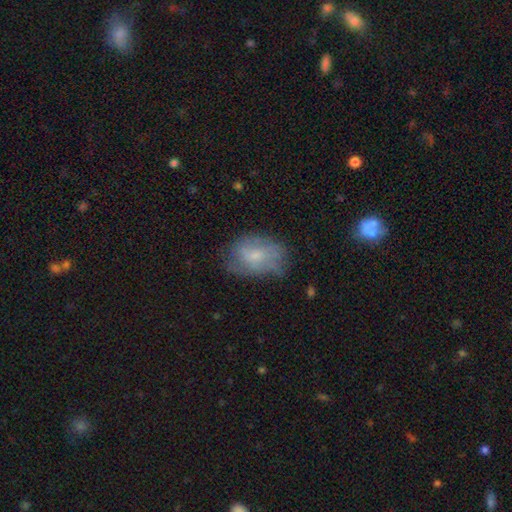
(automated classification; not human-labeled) This is possibly a smooth galaxy (51%). How rounded: clearly in between (81%). Merging: possibly none (56%).